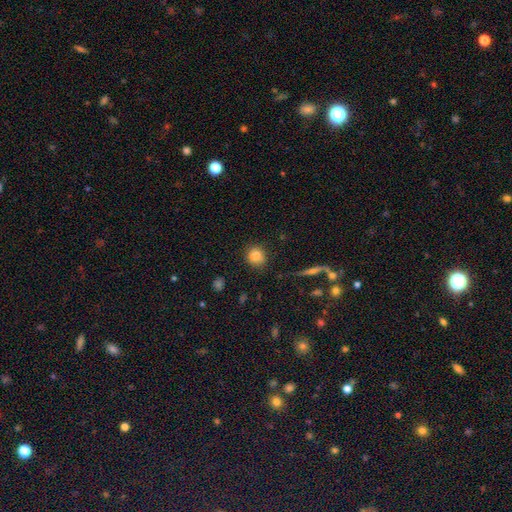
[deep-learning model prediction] A smooth galaxy with no disk features (83%) that is round (84%). Merging: none (83%).